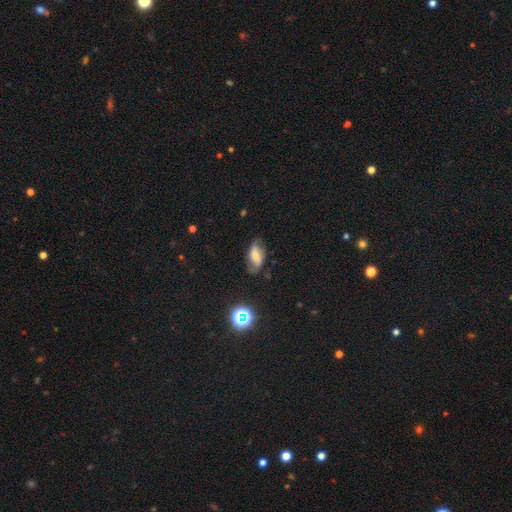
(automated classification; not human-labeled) Smooth or featured? featured or disk (56%)
Edge-on disk? no (93%)
Bar? weak (42%)
Spiral arms? yes (87%)
Bulge size? moderate (31%)
Merging? none (69%)